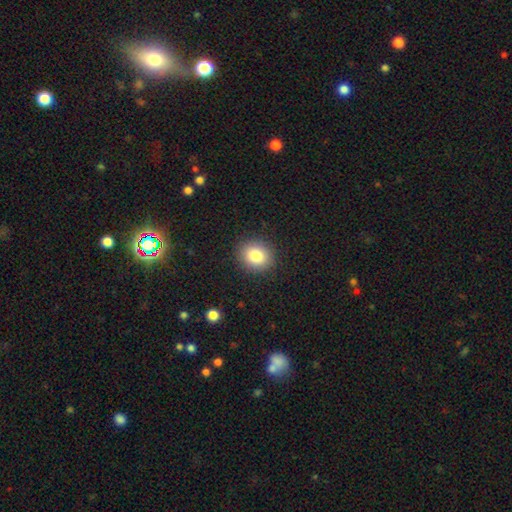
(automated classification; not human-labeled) A smooth galaxy with no disk features (83%) that is round (73%).

Vote fractions:
- Smooth or featured? smooth: 83% / star or artifact: 10% / featured or disk: 7%
- How rounded? round: 73% / in between: 26% / cigar-shaped: 1%
- Merging? none: 90% / minor disturbance: 7% / major disturbance: 2% / merger: 1%